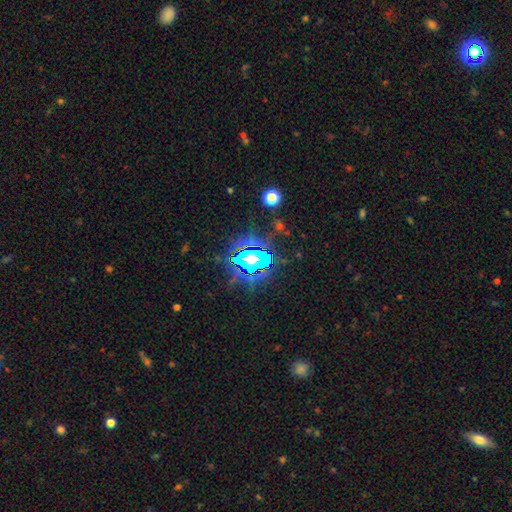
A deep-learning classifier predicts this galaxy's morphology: The model was most divided on "smooth or featured": star or artifact: 82%, smooth: 11%, featured or disk: 7%.